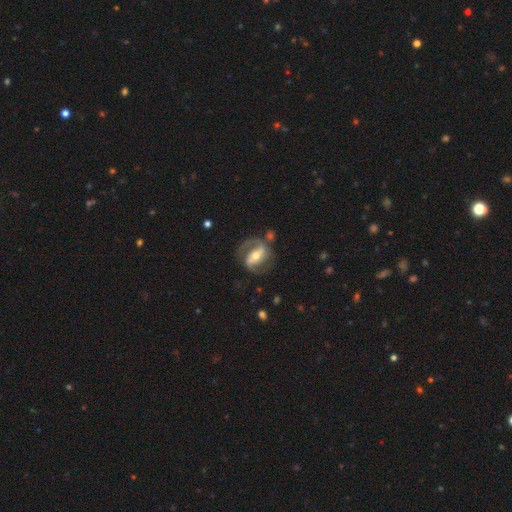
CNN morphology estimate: This is clearly a featured or disk galaxy (83%). It is clearly not viewed edge-on (96%). Bar: possibly strong (54%). Spiral arm pattern: clearly yes (91%). Spiral arm count: likely 2 (78%). Spiral winding: possibly medium (51%). Central bulge: likely moderate (62%). Merging: likely none (65%).